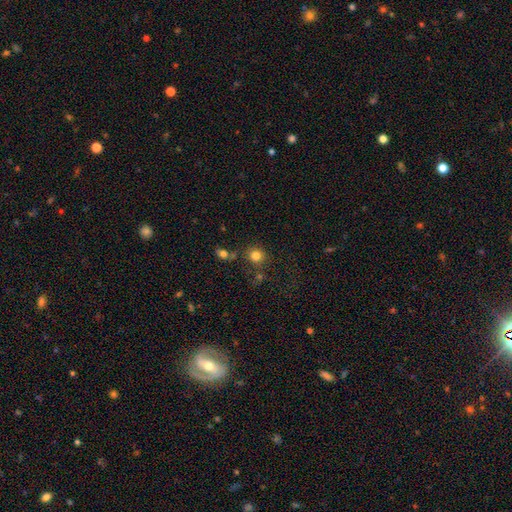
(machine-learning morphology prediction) Smooth or featured? Predicted: smooth (p=0.81). How rounded? Predicted: round (p=0.87). Merging? Predicted: none (p=0.74).